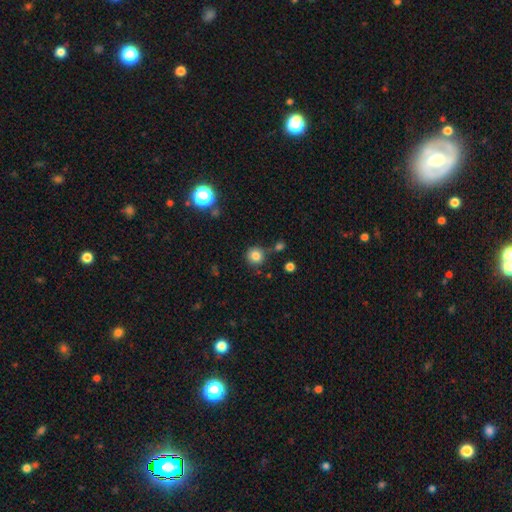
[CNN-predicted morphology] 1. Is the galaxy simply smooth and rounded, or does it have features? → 82% smooth, 12% star or artifact, 6% featured or disk.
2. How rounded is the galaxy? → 91% round, 8% in between, 1% cigar-shaped.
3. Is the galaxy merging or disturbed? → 82% none, 10% minor disturbance, 5% merger, 3% major disturbance.